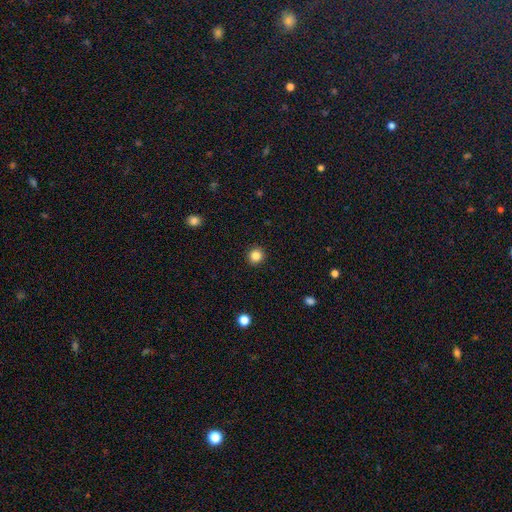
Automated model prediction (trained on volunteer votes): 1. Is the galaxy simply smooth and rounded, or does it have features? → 85% smooth, 11% star or artifact, 4% featured or disk.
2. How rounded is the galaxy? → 93% round, 6% in between, 1% cigar-shaped.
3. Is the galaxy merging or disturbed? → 93% none, 5% minor disturbance, 2% major disturbance, 1% merger.